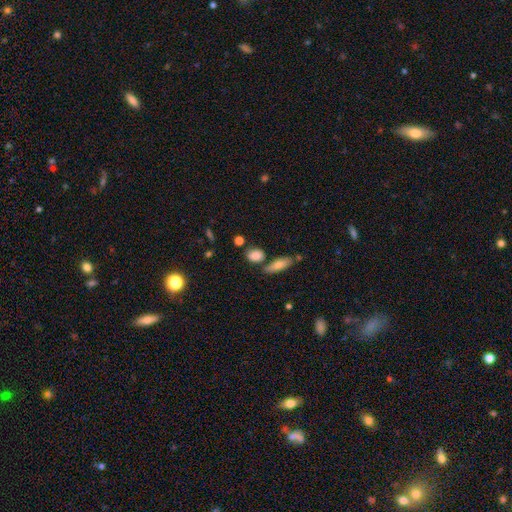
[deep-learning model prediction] The model was most divided on "how rounded": in between: 54%, round: 40%, cigar-shaped: 5%. More confident: smooth or featured — smooth (82%); merging — none (70%).